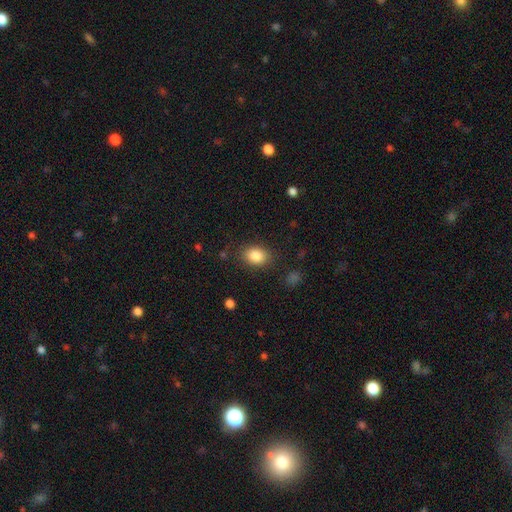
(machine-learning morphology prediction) A smooth galaxy with no disk features (86%) that is in between round and cigar-shaped (70%).

Vote fractions:
- Smooth or featured? smooth: 86% / star or artifact: 9% / featured or disk: 6%
- How rounded? in between: 70% / round: 29% / cigar-shaped: 1%
- Merging? none: 83% / minor disturbance: 11% / major disturbance: 4% / merger: 2%